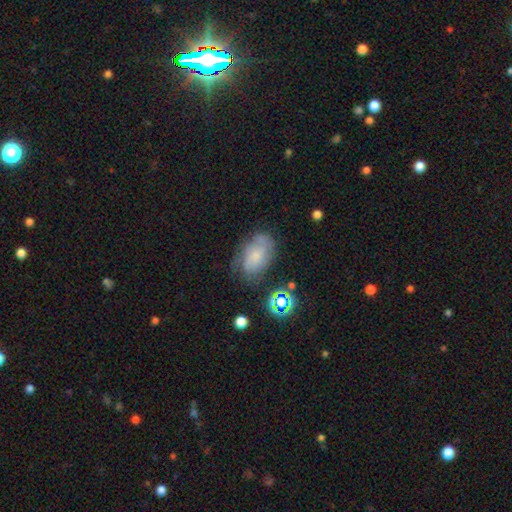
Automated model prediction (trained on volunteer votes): smooth-or-featured: smooth: 49% | featured or disk: 38% | star or artifact: 13%
  merging: none: 55% | minor disturbance: 28% | major disturbance: 13% | merger: 4%